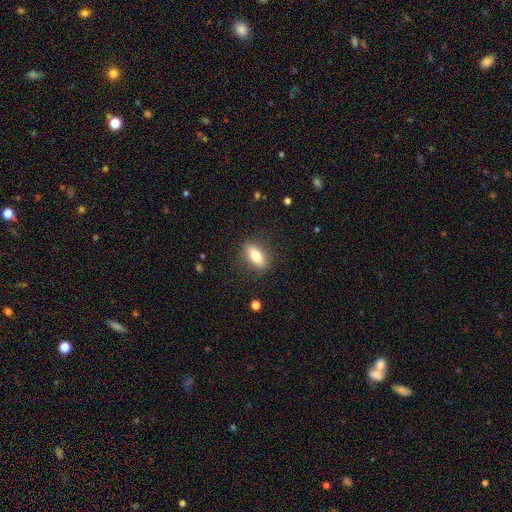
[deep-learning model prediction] A smooth galaxy with no disk features (79%) that is in between round and cigar-shaped (76%).

Vote fractions:
- Smooth or featured? smooth: 79% / featured or disk: 14% / star or artifact: 7%
- How rounded? in between: 76% / cigar-shaped: 20% / round: 4%
- Merging? none: 85% / minor disturbance: 11% / major disturbance: 3% / merger: 1%